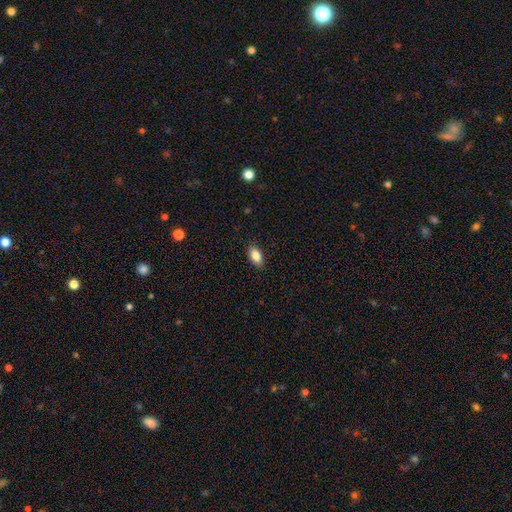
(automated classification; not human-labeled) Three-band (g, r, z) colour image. It shows a smooth galaxy with no disk features (84%) that is in between round and cigar-shaped (90%). Merging: none (88%).